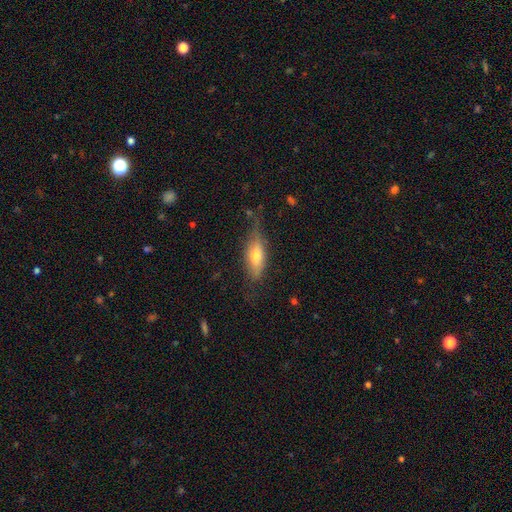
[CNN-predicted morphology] This appears to be a smooth galaxy with no disk features (54%) that is in between round and cigar-shaped (62%). Merging: none (62%).